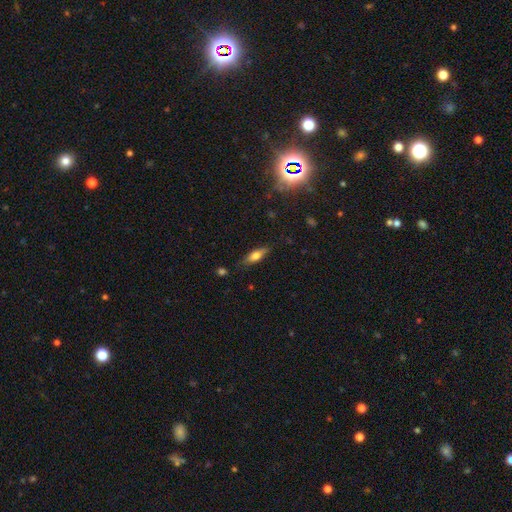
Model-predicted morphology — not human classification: A smooth galaxy with no disk features (64%) that is in between round and cigar-shaped (57%).

Vote fractions:
- Smooth or featured? smooth: 64% / featured or disk: 28% / star or artifact: 8%
- How rounded? in between: 57% / cigar-shaped: 41% / round: 3%
- Merging? none: 79% / minor disturbance: 16% / major disturbance: 3% / merger: 2%